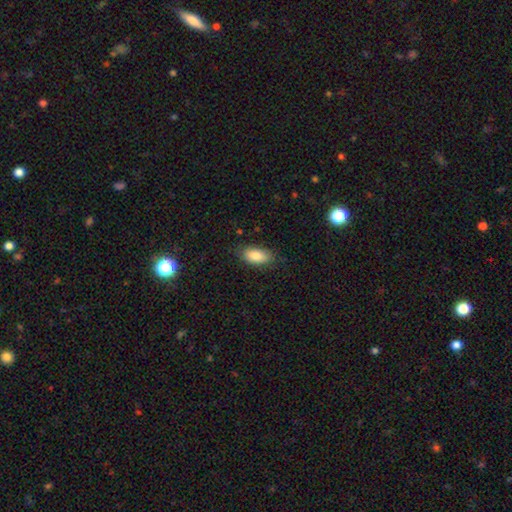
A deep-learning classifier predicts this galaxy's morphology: smooth-or-featured: smooth: 84% | featured or disk: 9% | star or artifact: 7%
  how-rounded: in between: 90% | cigar-shaped: 8% | round: 3%
  merging: none: 81% | minor disturbance: 15% | major disturbance: 3% | merger: 1%